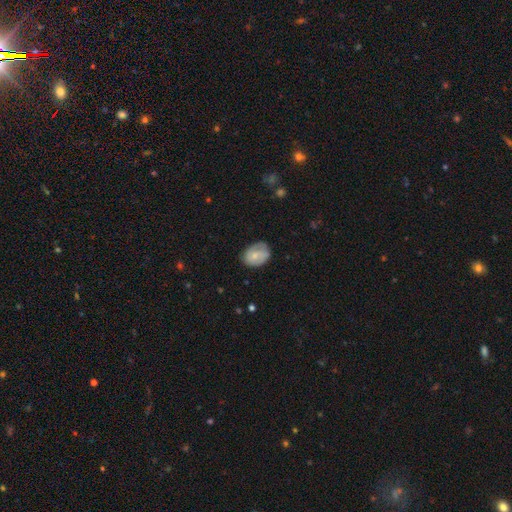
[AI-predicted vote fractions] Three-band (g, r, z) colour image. It shows a smooth galaxy with no disk features (59%) that is in between round and cigar-shaped (69%). Merging: none (65%).